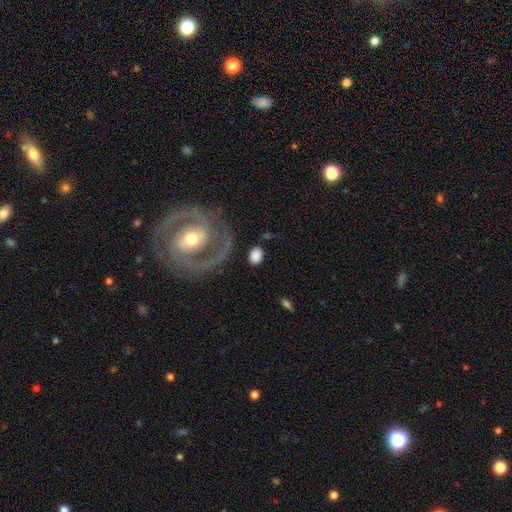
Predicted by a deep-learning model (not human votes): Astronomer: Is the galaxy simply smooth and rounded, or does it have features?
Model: smooth — 73%.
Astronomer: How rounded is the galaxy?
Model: in between — 70%.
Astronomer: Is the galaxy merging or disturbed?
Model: none — 73%.